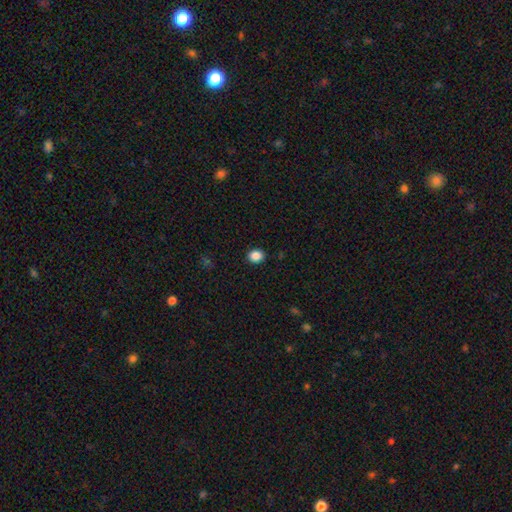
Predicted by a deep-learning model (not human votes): This is clearly a smooth galaxy (87%). How rounded: likely round (69%). Merging: clearly none (91%).